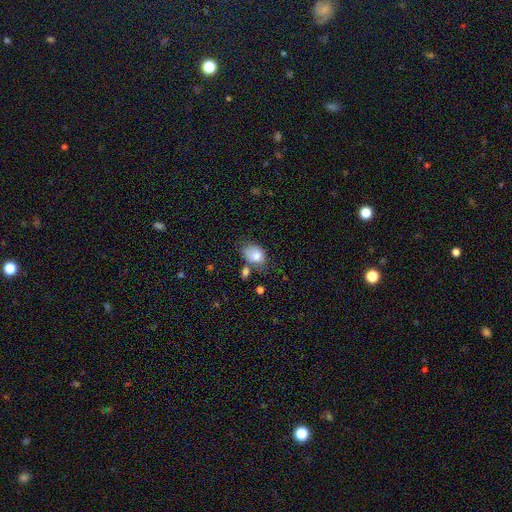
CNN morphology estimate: smooth-or-featured: smooth: 80% | featured or disk: 12% | star or artifact: 8%
  how-rounded: in between: 77% | round: 22% | cigar-shaped: 1%
  merging: none: 43% | minor disturbance: 29% | merger: 16% | major disturbance: 11%